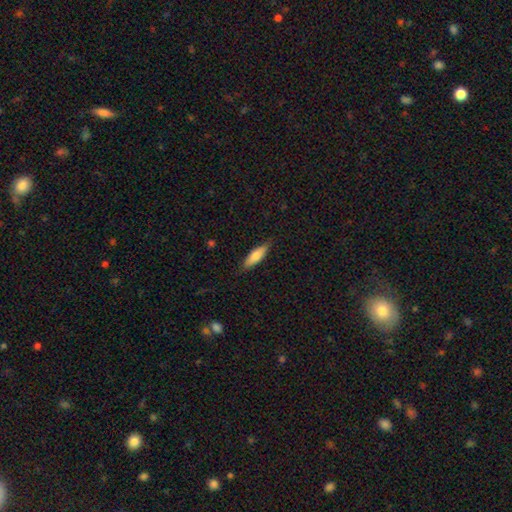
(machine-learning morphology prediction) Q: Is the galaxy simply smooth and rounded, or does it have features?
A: smooth — 72%.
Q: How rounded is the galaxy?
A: cigar-shaped — 52%.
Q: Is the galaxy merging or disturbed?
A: none — 83%.